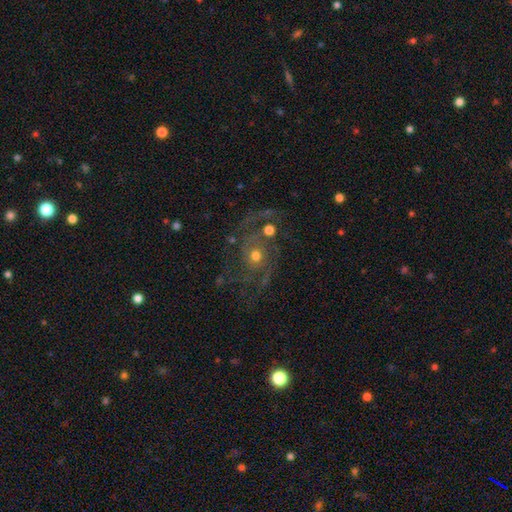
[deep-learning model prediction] Smooth or featured: featured or disk — 79% (smooth — 11%)
Edge-on disk: no — 97% (yes — 3%)
Bar: no — 78% (weak — 18%)
Spiral arms: yes — 93% (no — 7%)
Spiral winding: medium — 49% (tight — 28%)
Spiral arm count: 2 — 47% (3 — 18%)
Bulge size: moderate — 58% (small — 35%)
Merging: none — 55% (major disturbance — 20%)